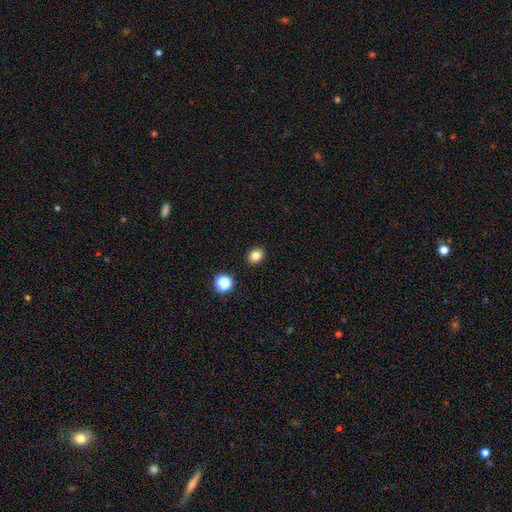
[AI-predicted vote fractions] This is clearly a smooth galaxy (82%). How rounded: possibly round (52%). Merging: clearly none (90%).